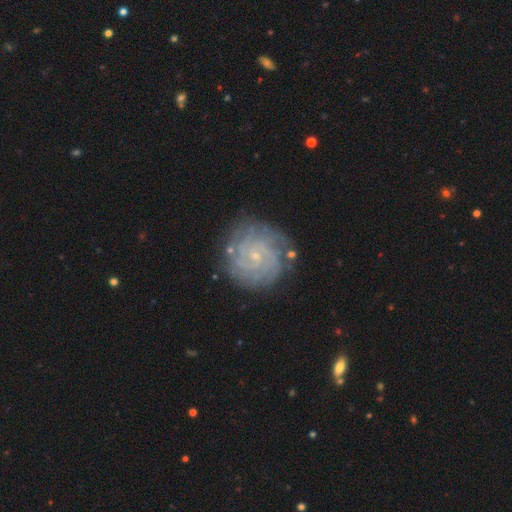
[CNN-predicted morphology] Smooth or featured? Predicted: featured or disk (p=0.85). Edge-on disk? Predicted: no (p=0.98). Bar? Predicted: no (p=0.72). Spiral arms? Predicted: yes (p=0.97). Spiral winding? Predicted: tight (p=0.80). Spiral arm count? Predicted: can't tell (p=0.25). Bulge size? Predicted: small (p=0.85). Merging? Predicted: none (p=0.79).